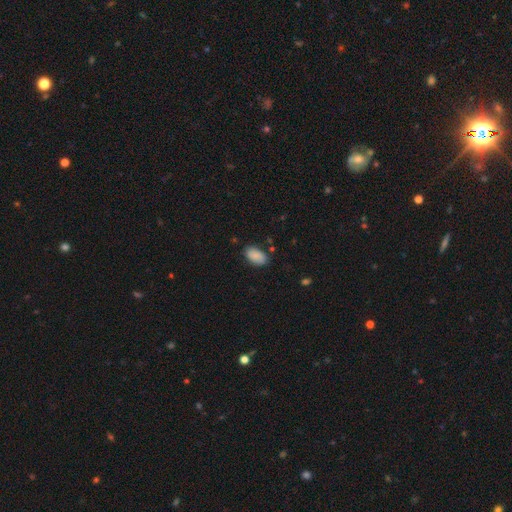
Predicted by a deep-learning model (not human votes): Smooth or featured?
  - smooth: 89% *
  - star or artifact: 7%
  - featured or disk: 4%
How rounded?
  - in between: 94% *
  - round: 4%
  - cigar-shaped: 2%
Merging?
  - none: 82% *
  - minor disturbance: 14%
  - major disturbance: 3%
  - merger: 2%